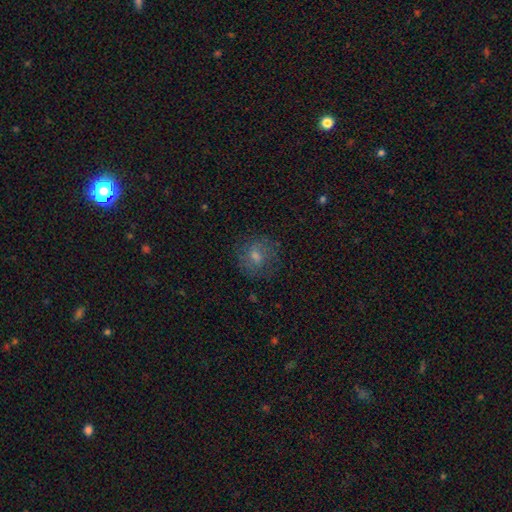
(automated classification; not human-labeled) This is possibly a smooth galaxy (49%). Merging: likely none (78%).